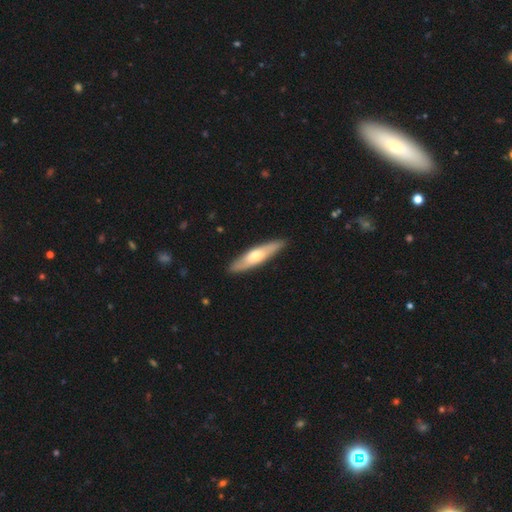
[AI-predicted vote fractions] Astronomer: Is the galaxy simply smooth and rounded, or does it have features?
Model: smooth — 51% (runner-up: featured or disk, 44%).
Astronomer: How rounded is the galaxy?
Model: cigar-shaped — 78%.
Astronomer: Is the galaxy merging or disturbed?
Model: none — 89%.